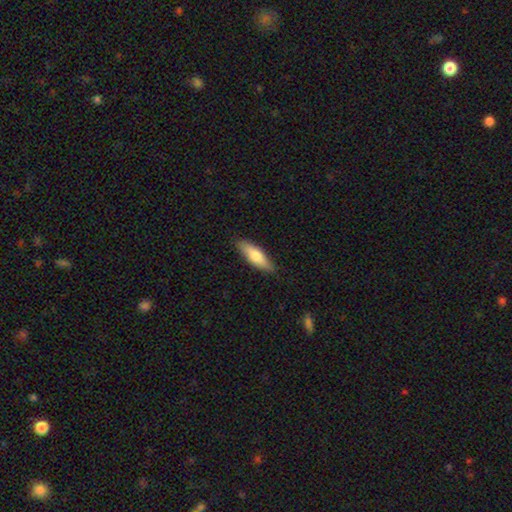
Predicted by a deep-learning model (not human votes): Smooth or featured?
  - smooth: 71% *
  - featured or disk: 23%
  - star or artifact: 6%
How rounded?
  - cigar-shaped: 50% *
  - in between: 48%
  - round: 2%
Merging?
  - none: 86% *
  - minor disturbance: 11%
  - major disturbance: 2%
  - merger: 1%